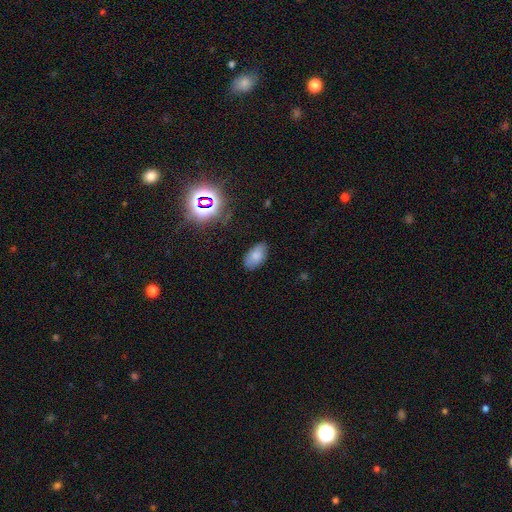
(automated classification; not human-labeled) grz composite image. It shows a smooth galaxy with no disk features (78%) that is in between round and cigar-shaped (93%). Merging: none (79%).